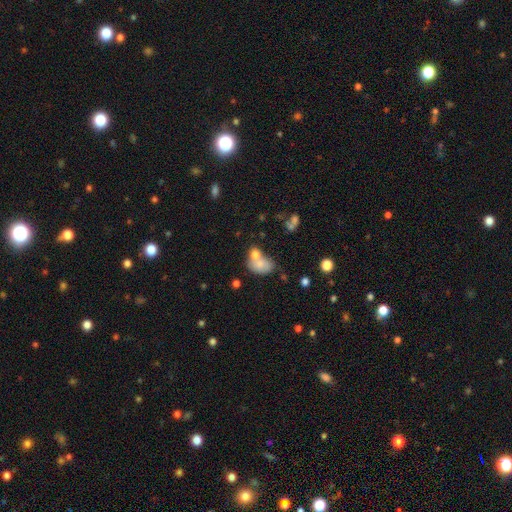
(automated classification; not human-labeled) A smooth galaxy with no disk features (74%) that is in between round and cigar-shaped (75%). Merging: merger (57%).